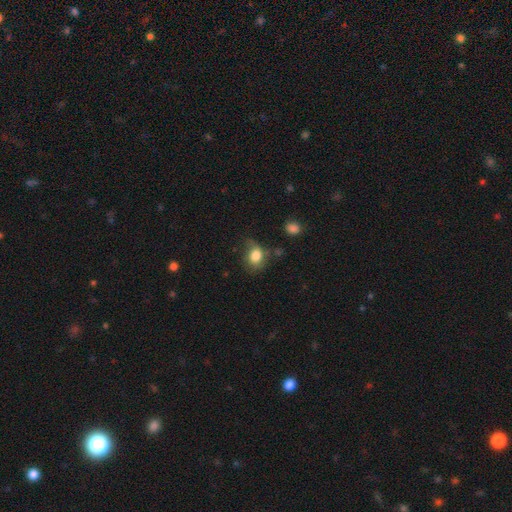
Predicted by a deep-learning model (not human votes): The model was most divided on "how rounded": in between: 53%, round: 46%, cigar-shaped: 1%. Remaining: smooth or featured — smooth (80%); merging — none (47%).